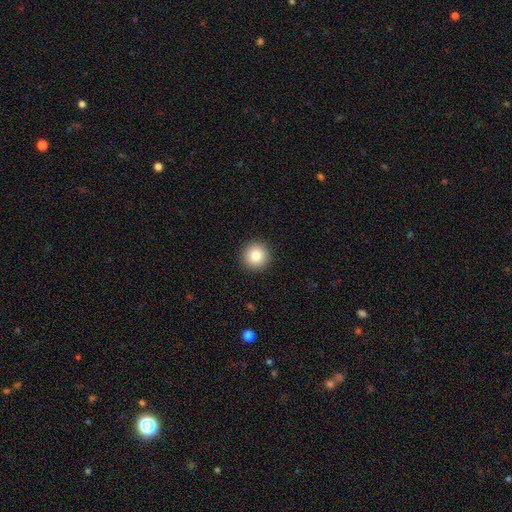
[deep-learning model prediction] Q: Smooth or featured?
A: smooth (83%); runner-up: star or artifact (10%)
Q: How rounded?
A: round (95%); runner-up: in between (4%)
Q: Merging?
A: none (93%); runner-up: minor disturbance (5%)